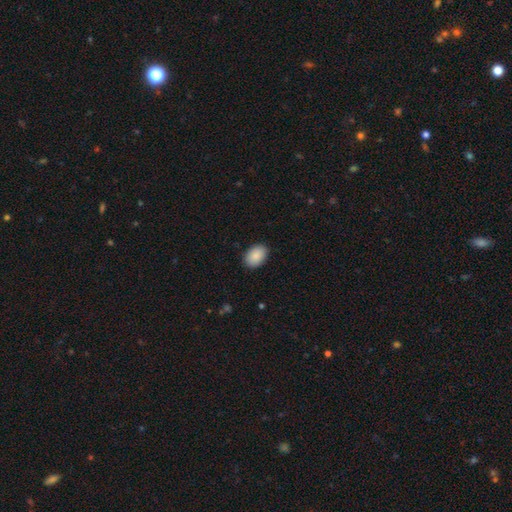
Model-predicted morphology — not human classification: Smooth or featured? smooth (89%)
How rounded? in between (85%)
Merging? none (89%)